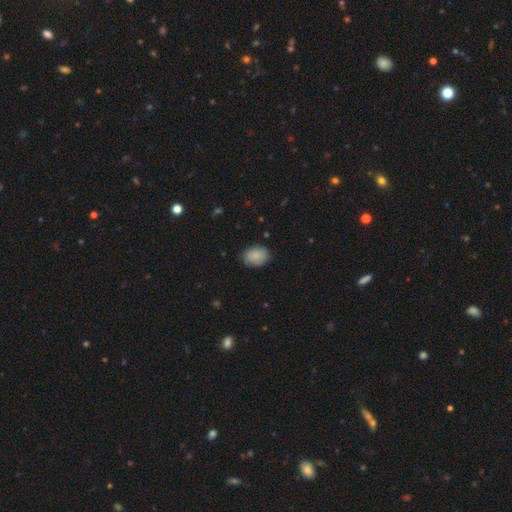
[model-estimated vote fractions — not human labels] This appears to be a smooth galaxy with no disk features (86%) that is in between round and cigar-shaped (76%). Merging: none (82%).